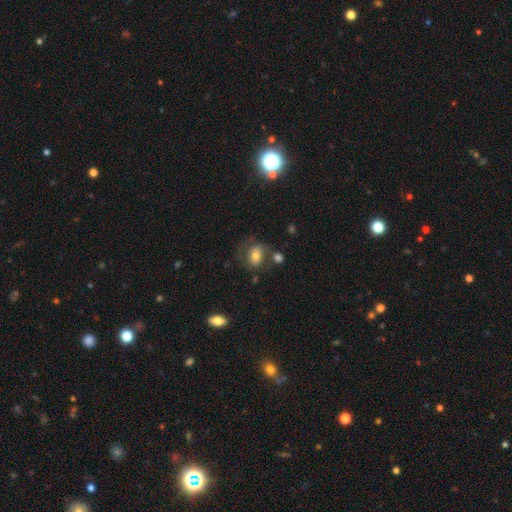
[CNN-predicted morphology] This is likely a smooth galaxy (62%). How rounded: possibly in between (58%). Merging: possibly none (48%).